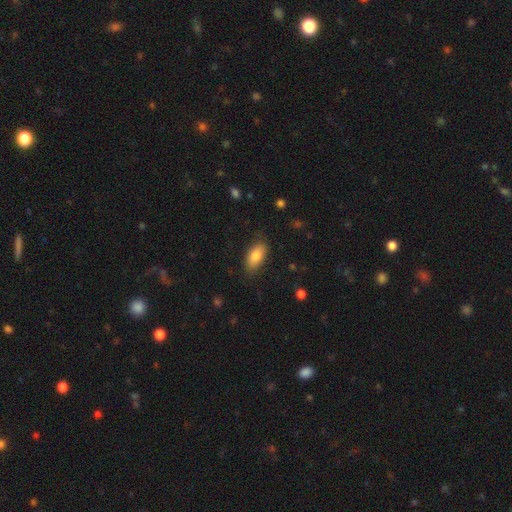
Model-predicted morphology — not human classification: smooth 83%, featured or disk 10%, star or artifact 7%. Down the decision tree: how rounded — in between (89%); merging — none (79%).